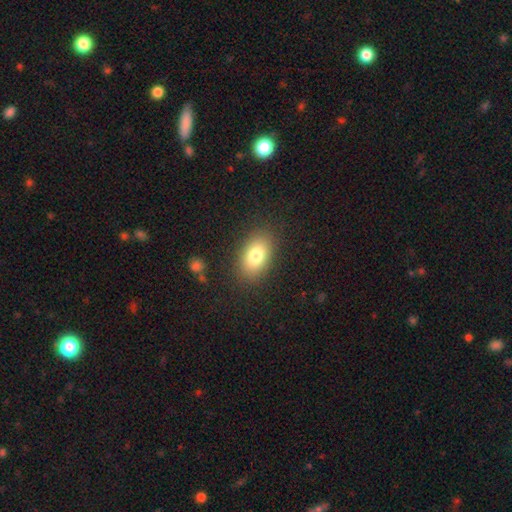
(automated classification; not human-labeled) Overall: smooth (79%). How rounded: in between (87%). Merging: none (85%).